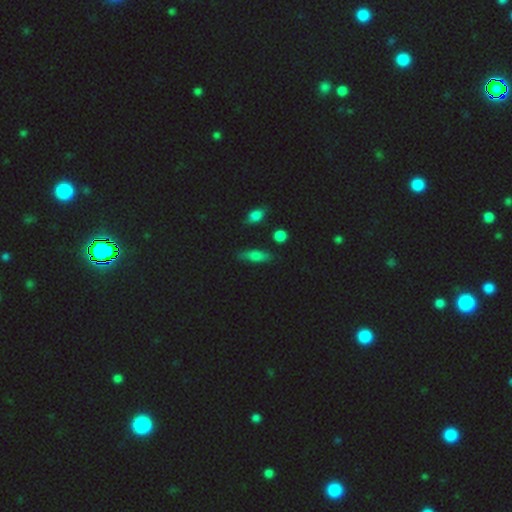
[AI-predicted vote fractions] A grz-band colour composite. It shows a smooth galaxy with no disk features (66%) that is in between round and cigar-shaped (55%). Merging: none (79%).